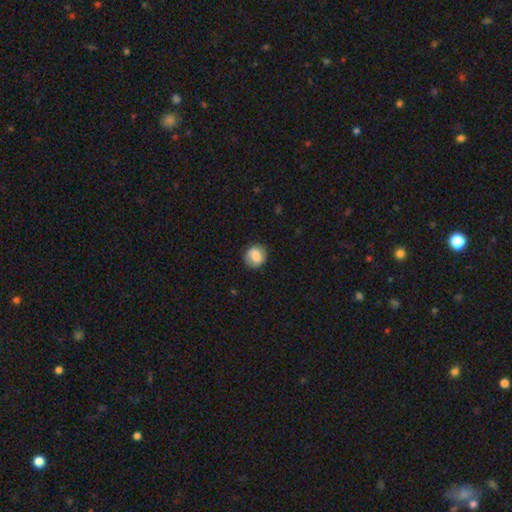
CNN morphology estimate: Smooth or featured? Predicted: smooth (p=0.75). How rounded? Predicted: round (p=0.77). Merging? Predicted: none (p=0.83).